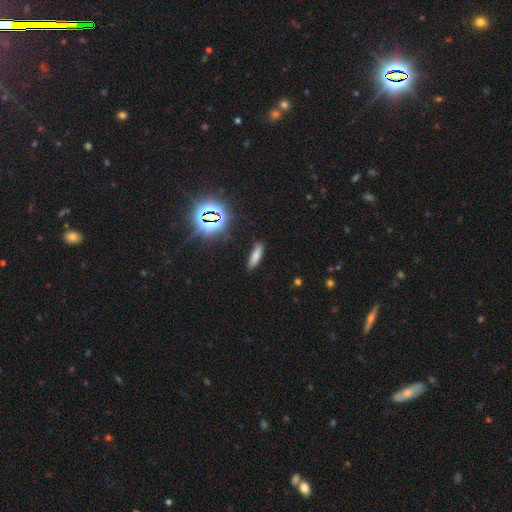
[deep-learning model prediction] Smooth or featured: smooth — 69% (star or artifact — 21%)
How rounded: cigar-shaped — 54% (in between — 43%)
Merging: none — 84% (minor disturbance — 11%)